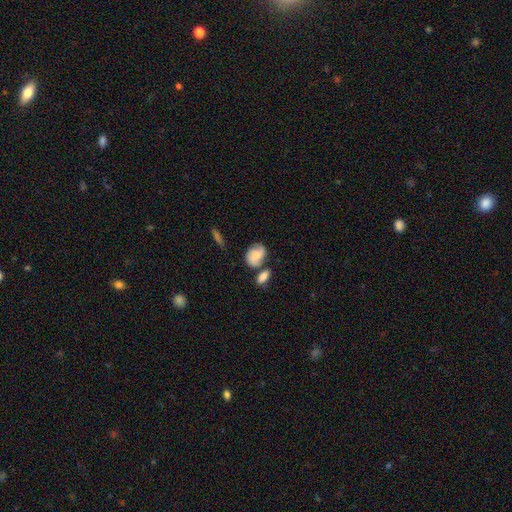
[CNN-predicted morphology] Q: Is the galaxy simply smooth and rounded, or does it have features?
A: smooth — 50%.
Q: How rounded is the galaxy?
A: in between — 65%.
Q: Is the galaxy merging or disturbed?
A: none — 51%.